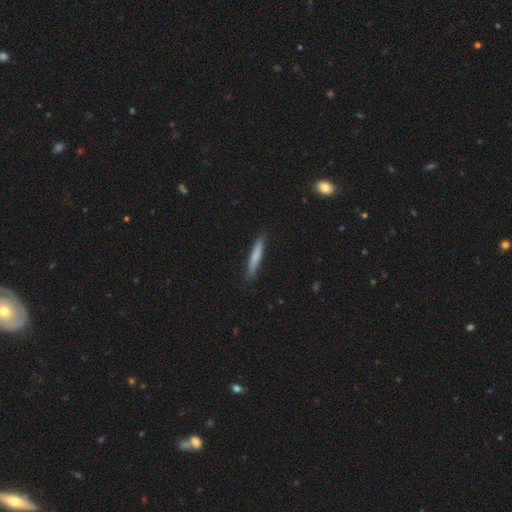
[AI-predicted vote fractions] Morphology: type=smooth (74%); roundness=cigar-shaped (94%); merging=none (87%).